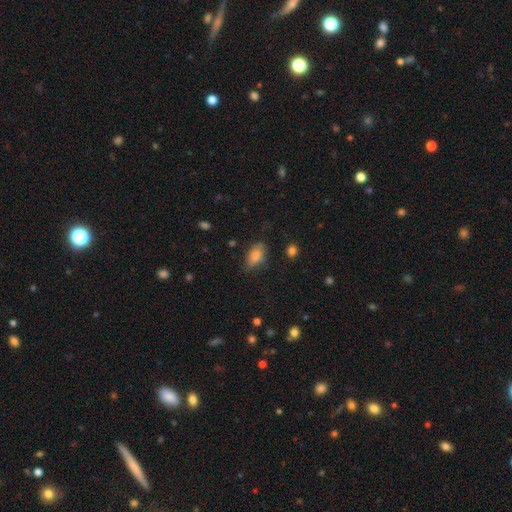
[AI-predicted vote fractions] This appears to be a smooth galaxy with no disk features (80%) that is in between round and cigar-shaped (88%). Merging: none (63%).